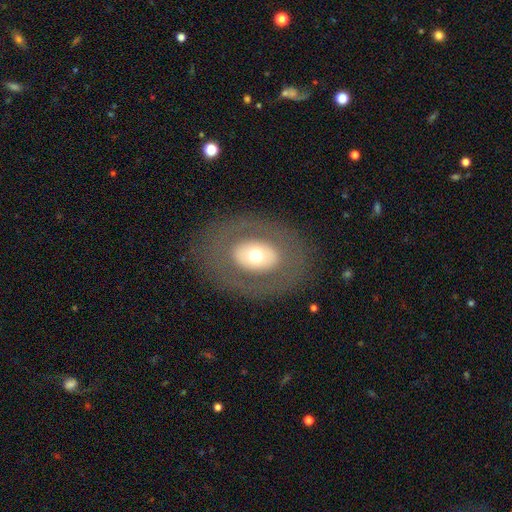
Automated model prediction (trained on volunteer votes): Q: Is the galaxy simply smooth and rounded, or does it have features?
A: smooth — 48%.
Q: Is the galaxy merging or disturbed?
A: none — 81%.